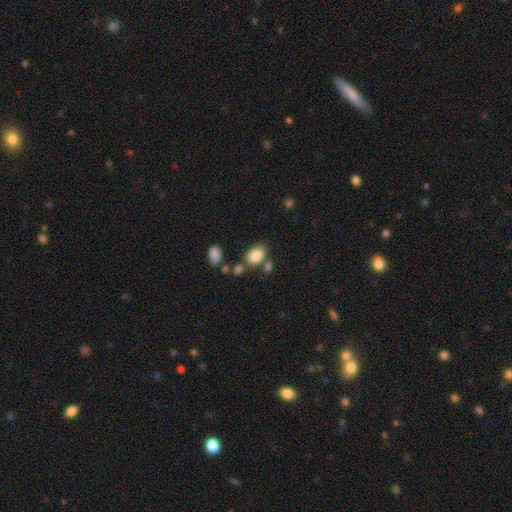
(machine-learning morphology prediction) Q: Smooth or featured?
A: smooth (85%); runner-up: star or artifact (8%)
Q: How rounded?
A: in between (80%); runner-up: round (18%)
Q: Merging?
A: none (64%); runner-up: merger (16%)